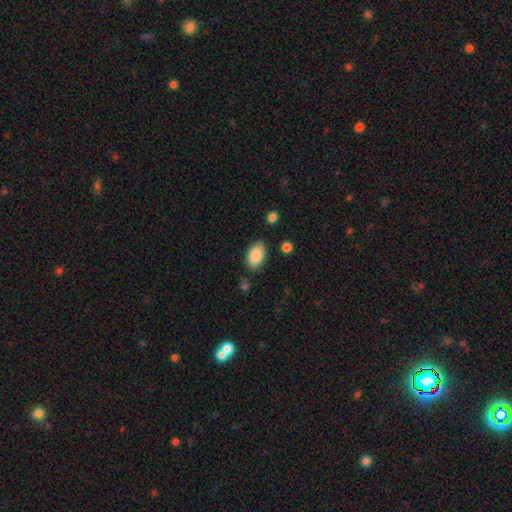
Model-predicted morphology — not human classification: Smooth or featured? Predicted: smooth (p=0.88). How rounded? Predicted: in between (p=0.94). Merging? Predicted: none (p=0.80).